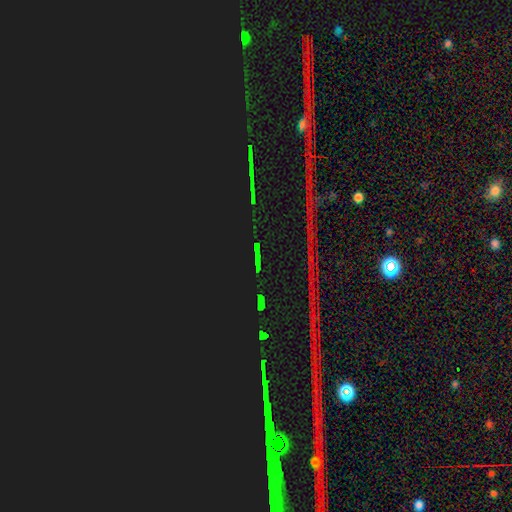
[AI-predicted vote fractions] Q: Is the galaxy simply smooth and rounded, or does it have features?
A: star or artifact — 84%.